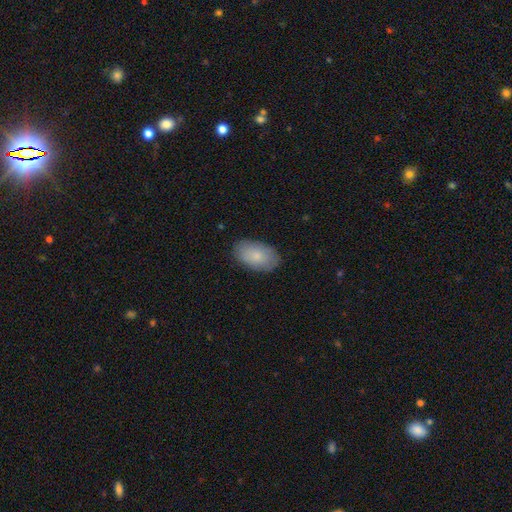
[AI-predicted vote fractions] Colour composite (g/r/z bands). It shows a smooth galaxy with no disk features (82%) that is in between round and cigar-shaped (94%). Merging: none (86%).